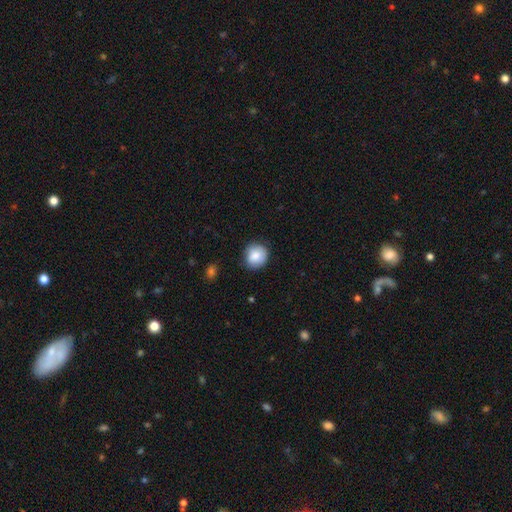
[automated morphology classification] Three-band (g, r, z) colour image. It shows a smooth galaxy with no disk features (85%) that is round (88%). Merging: none (81%).